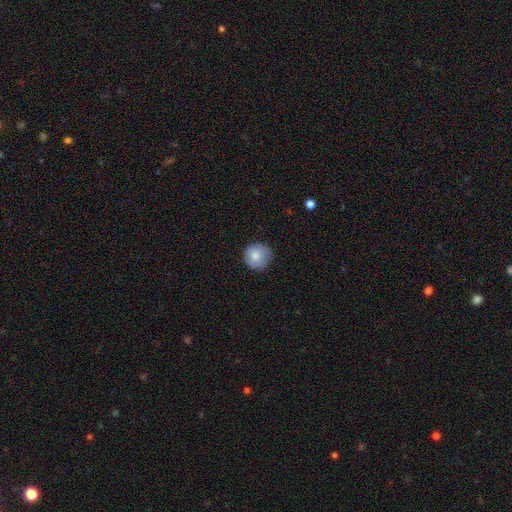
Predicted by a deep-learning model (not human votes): Smooth or featured? Predicted: smooth (p=0.81). How rounded? Predicted: round (p=0.94). Merging? Predicted: none (p=0.82).